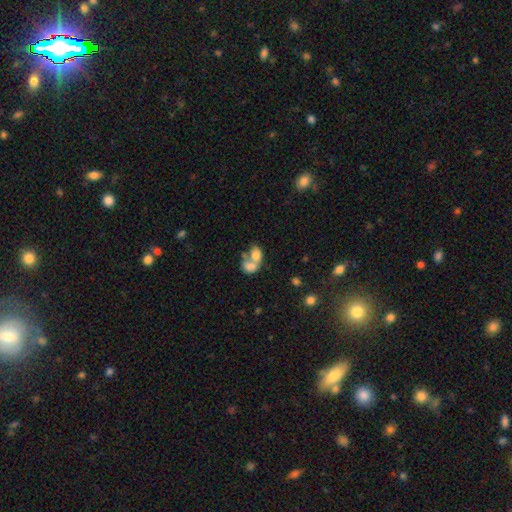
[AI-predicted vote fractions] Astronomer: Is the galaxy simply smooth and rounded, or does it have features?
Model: smooth — 70%.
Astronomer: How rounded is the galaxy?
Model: in between — 72%.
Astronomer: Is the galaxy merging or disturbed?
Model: merger — 72%.